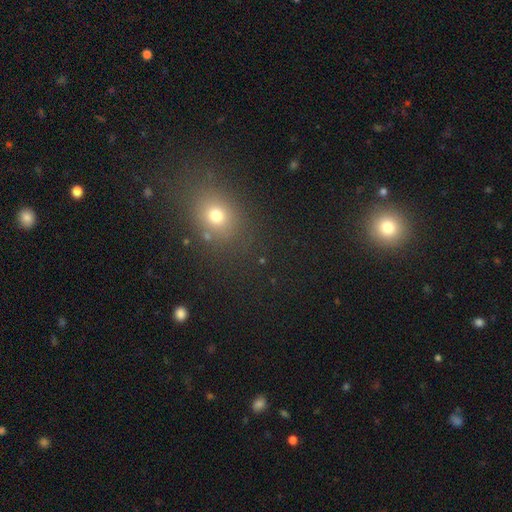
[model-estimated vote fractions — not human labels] A smooth galaxy with no disk features (56%) that is round (55%).

Vote fractions:
- Smooth or featured? smooth: 56% / star or artifact: 35% / featured or disk: 9%
- How rounded? round: 55% / in between: 43% / cigar-shaped: 2%
- Merging? none: 86% / minor disturbance: 8% / major disturbance: 3% / merger: 2%